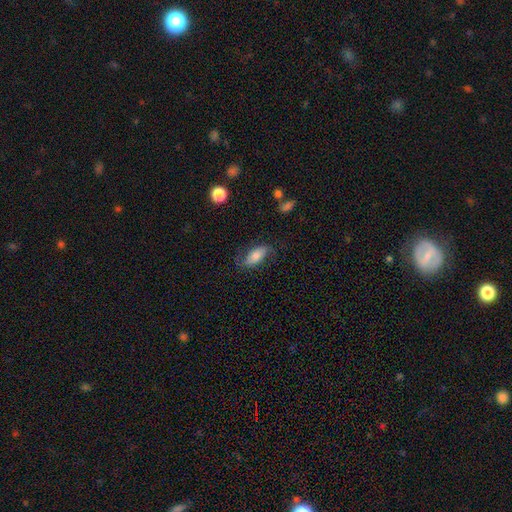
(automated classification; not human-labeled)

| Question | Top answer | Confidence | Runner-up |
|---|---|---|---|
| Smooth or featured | smooth | 50% | featured or disk (41%) |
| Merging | none | 68% | minor disturbance (20%) |